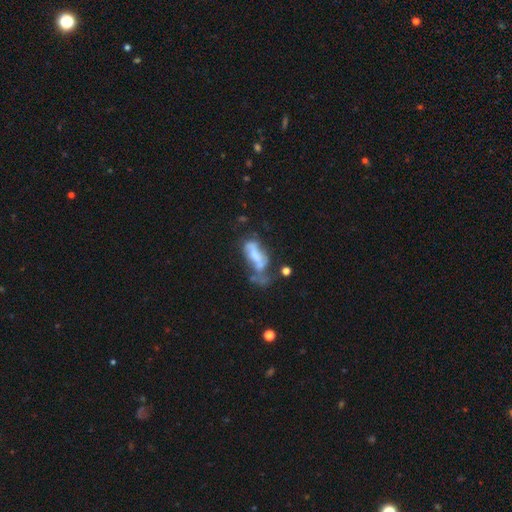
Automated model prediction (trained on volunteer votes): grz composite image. It shows a featured or disk galaxy (47%). Merging: major disturbance (38%).